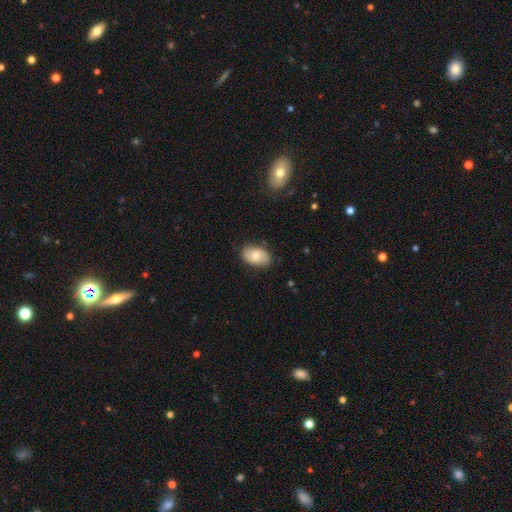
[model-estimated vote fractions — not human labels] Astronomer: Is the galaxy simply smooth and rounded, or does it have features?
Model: smooth — 62%.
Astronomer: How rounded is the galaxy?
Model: in between — 90%.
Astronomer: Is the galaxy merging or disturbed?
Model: none — 80%.